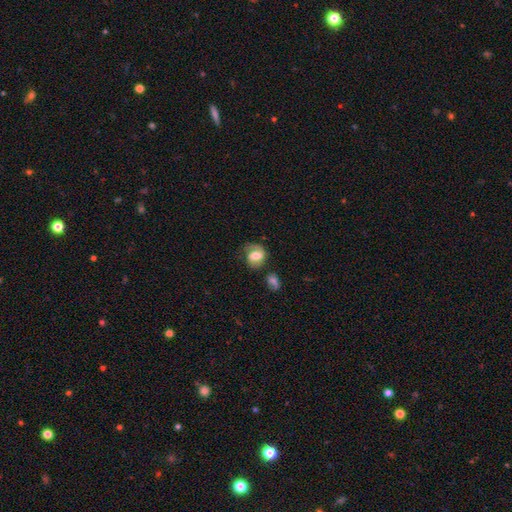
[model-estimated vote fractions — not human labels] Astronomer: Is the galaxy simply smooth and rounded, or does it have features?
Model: featured or disk — 48% (runner-up: smooth, 44%).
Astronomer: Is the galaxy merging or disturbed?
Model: none — 55%.